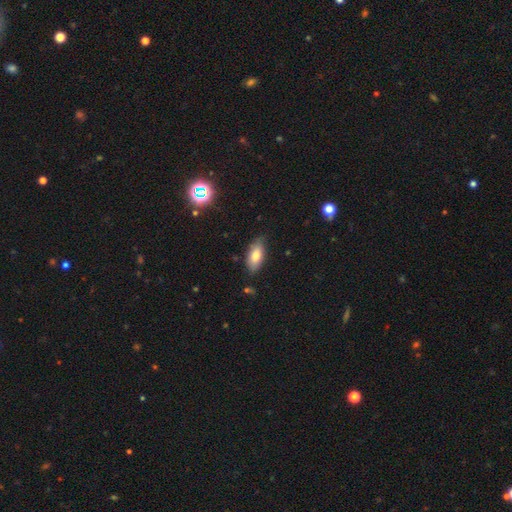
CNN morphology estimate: smooth_or_featured: smooth (p=0.76) [alt: featured or disk p=0.17]
how_rounded: in between (p=0.86) [alt: cigar-shaped p=0.11]
merging: none (p=0.78) [alt: minor disturbance p=0.17]